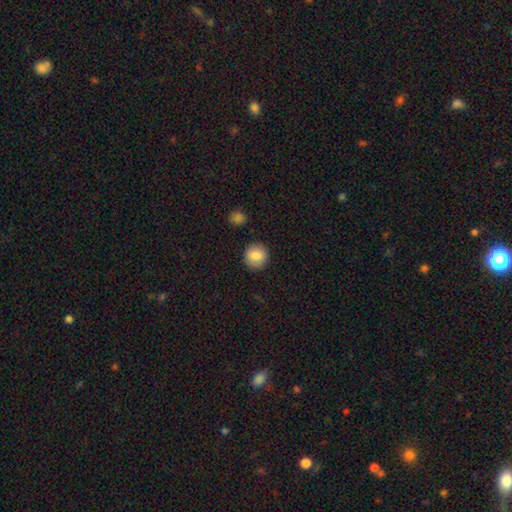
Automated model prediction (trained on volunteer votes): Smooth or featured?
  - smooth: 86% *
  - star or artifact: 8%
  - featured or disk: 6%
How rounded?
  - round: 91% *
  - in between: 8%
  - cigar-shaped: 1%
Merging?
  - none: 91% *
  - minor disturbance: 6%
  - major disturbance: 2%
  - merger: 2%